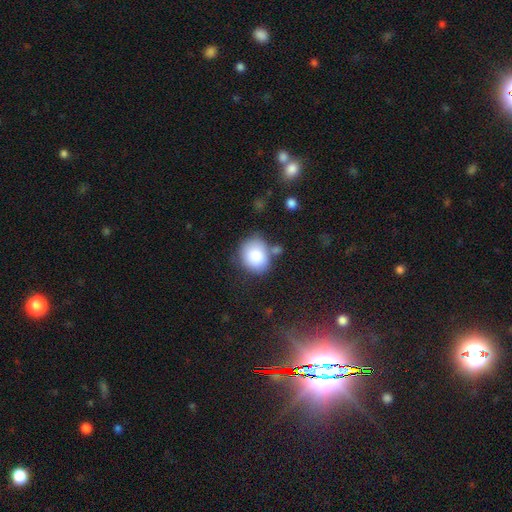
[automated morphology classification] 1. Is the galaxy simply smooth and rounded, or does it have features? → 86% smooth, 8% star or artifact, 7% featured or disk.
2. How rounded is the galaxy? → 69% round, 30% in between, 1% cigar-shaped.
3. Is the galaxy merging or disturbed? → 58% none, 20% minor disturbance, 14% merger, 7% major disturbance.